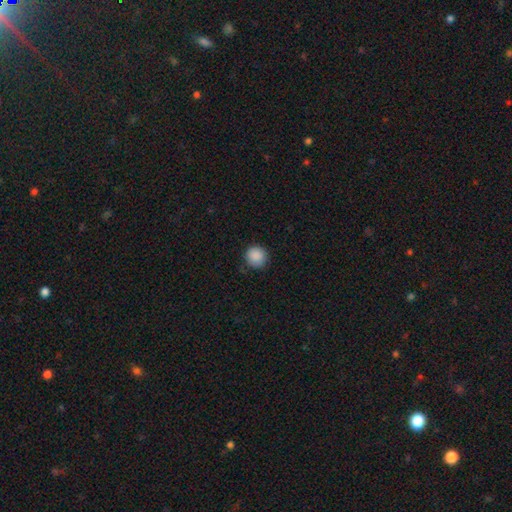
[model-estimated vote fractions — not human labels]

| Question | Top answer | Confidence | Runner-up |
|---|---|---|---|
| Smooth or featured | smooth | 89% | star or artifact (9%) |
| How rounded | round | 91% | in between (8%) |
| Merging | none | 82% | minor disturbance (14%) |